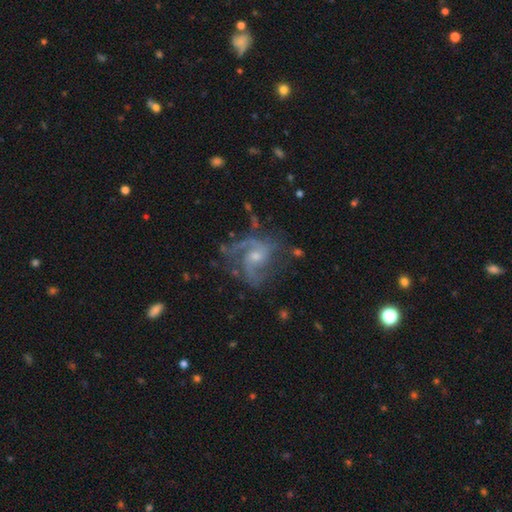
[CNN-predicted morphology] A featured or disk galaxy (84%) with no bar (61%), 2 (60%) medium (52%) spiral arms (93%) and a small central bulge (51%).

Vote fractions:
- Smooth or featured? featured or disk: 84% / smooth: 8% / star or artifact: 8%
- Edge-on disk? no: 98% / yes: 2%
- Bar? no: 61% / weak: 33% / strong: 5%
- Spiral arms? yes: 93% / no: 7%
- Spiral winding? medium: 52% / loose: 30% / tight: 18%
- Spiral arm count? 2: 60% / 3: 14% / can't tell: 13% / 1: 6% / 4: 3% / more than 4: 3%
- Bulge size? small: 51% / moderate: 43% / none: 3% / large: 2% / dominant: 1%
- Merging? none: 55% / minor disturbance: 21% / major disturbance: 20% / merger: 3%